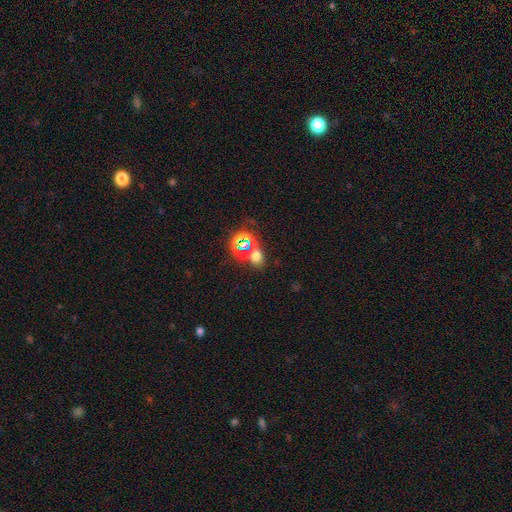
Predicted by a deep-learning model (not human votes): Smooth or featured? smooth (53%)
How rounded? round (59%)
Merging? none (62%)